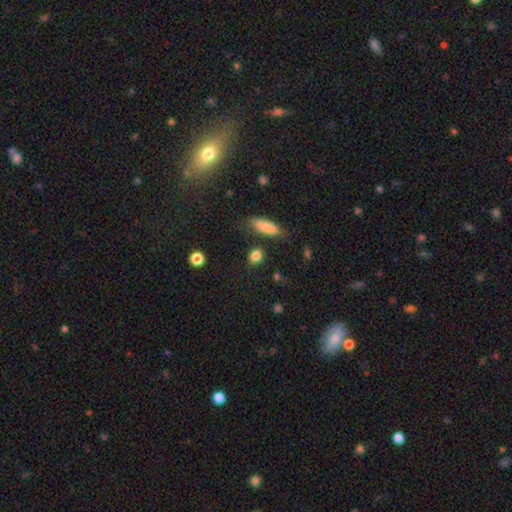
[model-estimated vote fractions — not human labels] Morphology: type=smooth (84%); roundness=round (55%); merging=none (79%).